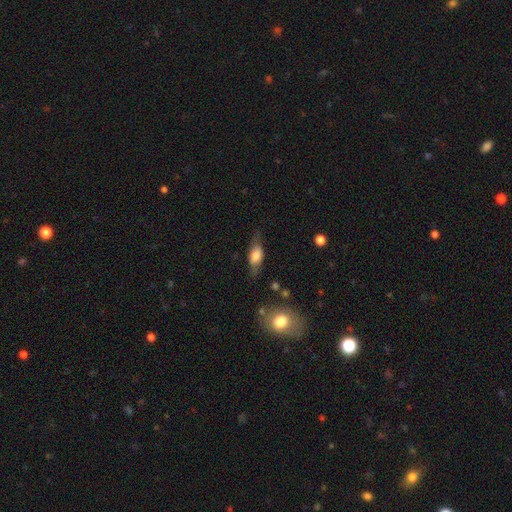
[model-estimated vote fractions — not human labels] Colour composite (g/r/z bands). It shows a smooth galaxy with no disk features (58%) that is in between round and cigar-shaped (73%). Merging: none (67%).